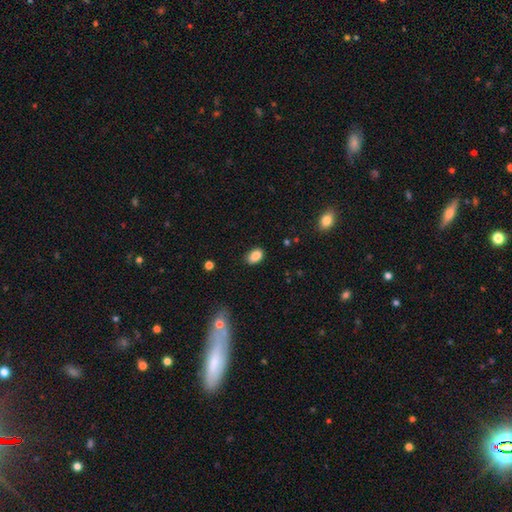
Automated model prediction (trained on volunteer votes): A smooth galaxy with no disk features (86%) that is in between round and cigar-shaped (86%).

Vote fractions:
- Smooth or featured? smooth: 86% / star or artifact: 9% / featured or disk: 5%
- How rounded? in between: 86% / round: 12% / cigar-shaped: 1%
- Merging? none: 82% / minor disturbance: 14% / major disturbance: 3% / merger: 1%